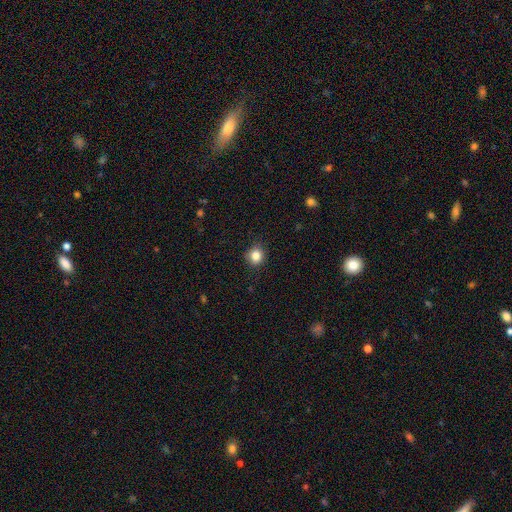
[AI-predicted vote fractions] Smooth or featured? Predicted: smooth (p=0.84). How rounded? Predicted: round (p=0.81). Merging? Predicted: none (p=0.85).